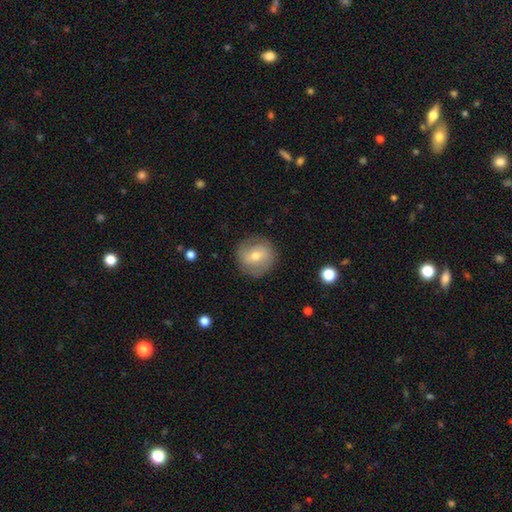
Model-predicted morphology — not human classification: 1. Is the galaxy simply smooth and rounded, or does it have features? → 53% smooth, 39% featured or disk, 8% star or artifact.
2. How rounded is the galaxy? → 91% round, 8% in between, 1% cigar-shaped.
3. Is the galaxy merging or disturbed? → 85% none, 10% minor disturbance, 4% major disturbance, 1% merger.